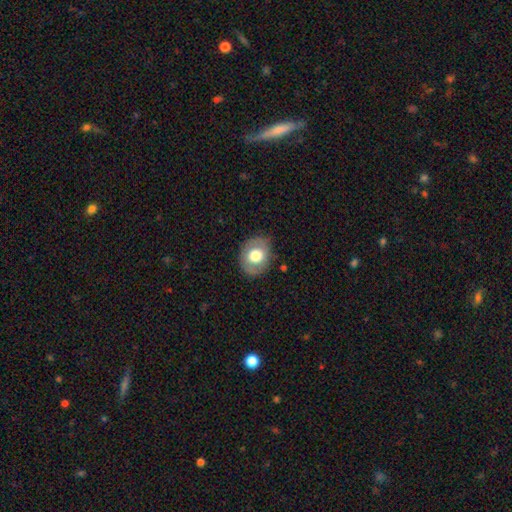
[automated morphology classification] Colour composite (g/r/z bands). It shows a smooth galaxy with no disk features (61%) that is round (54%). Merging: none (81%).